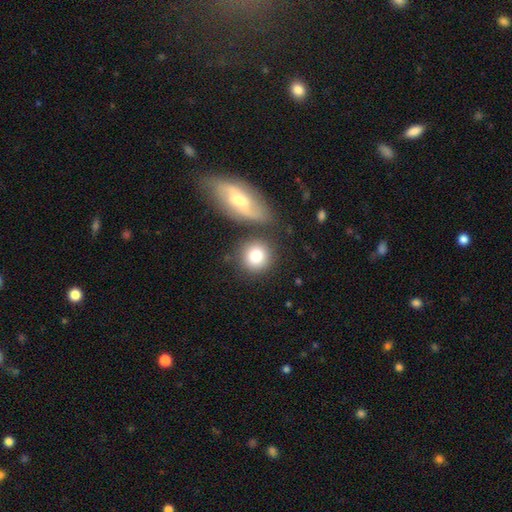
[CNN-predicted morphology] Overall: smooth (81%). How rounded: round (85%). Merging: none (68%).